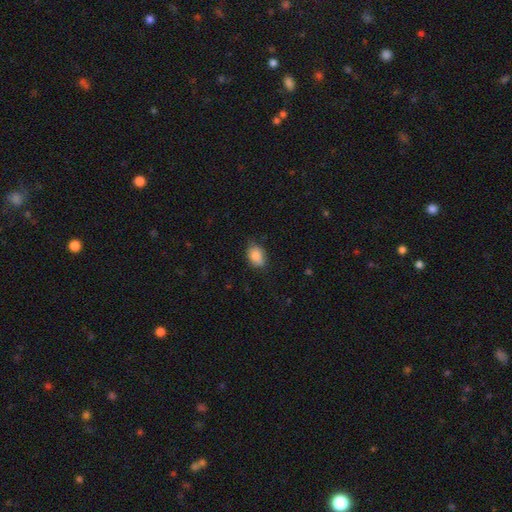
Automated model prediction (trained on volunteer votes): Smooth or featured? Predicted: smooth (p=0.83). How rounded? Predicted: in between (p=0.77). Merging? Predicted: none (p=0.69).